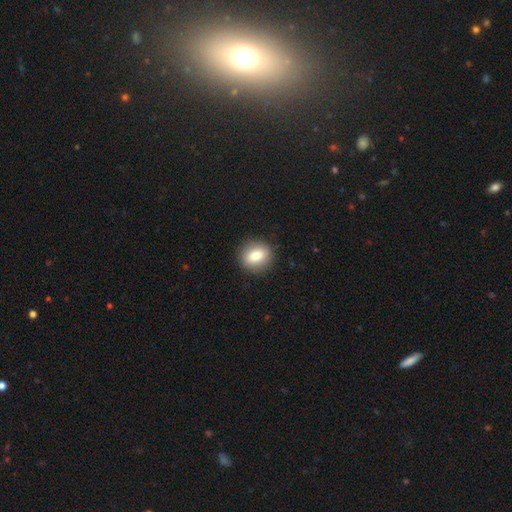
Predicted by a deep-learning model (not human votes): Smooth or featured? smooth (80%)
How rounded? round (66%)
Merging? none (89%)